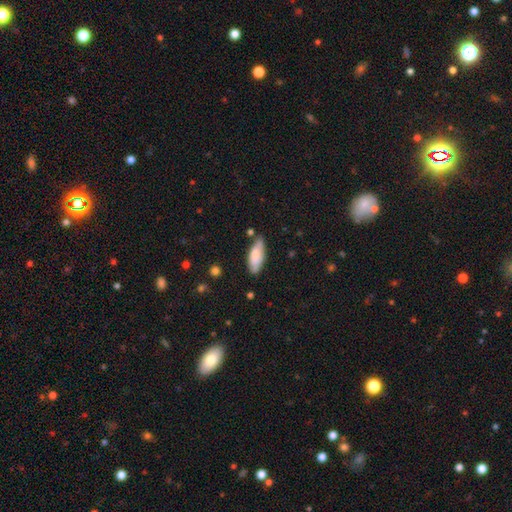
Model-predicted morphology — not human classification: Smooth or featured: smooth — 75% (featured or disk — 19%)
How rounded: in between — 75% (cigar-shaped — 24%)
Merging: none — 68% (minor disturbance — 24%)